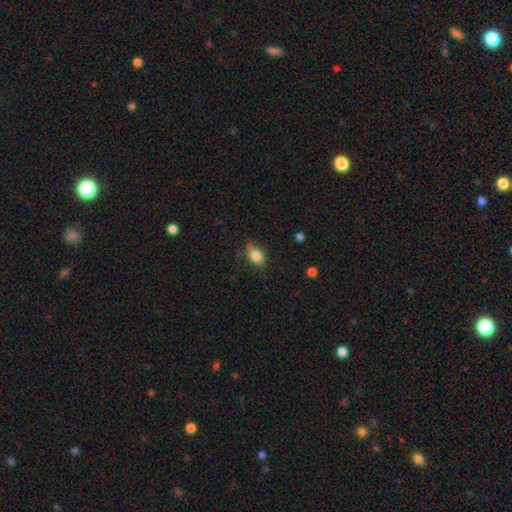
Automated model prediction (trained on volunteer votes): Q: Smooth or featured?
A: smooth (82%); runner-up: star or artifact (9%)
Q: How rounded?
A: in between (75%); runner-up: round (23%)
Q: Merging?
A: none (65%); runner-up: minor disturbance (27%)